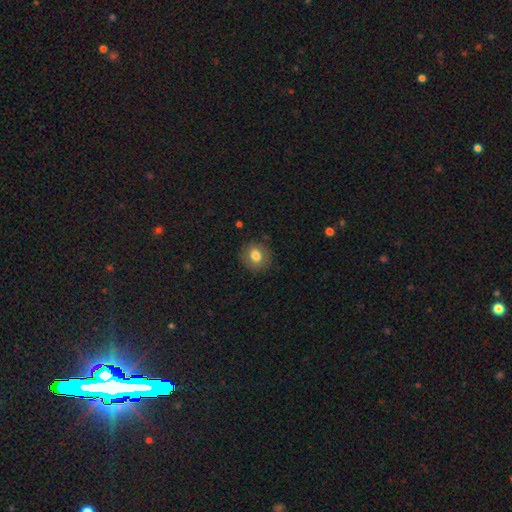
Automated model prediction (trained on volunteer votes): A smooth galaxy with no disk features (79%) that is round (73%).

Vote fractions:
- Smooth or featured? smooth: 79% / featured or disk: 12% / star or artifact: 9%
- How rounded? round: 73% / in between: 26% / cigar-shaped: 1%
- Merging? none: 86% / minor disturbance: 10% / major disturbance: 3% / merger: 1%